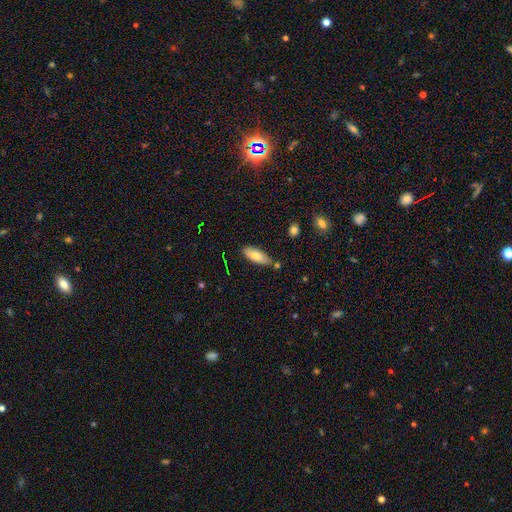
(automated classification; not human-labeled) smooth 76%, featured or disk 17%, star or artifact 7%. Down the decision tree: how rounded — in between (75%); merging — none (76%).